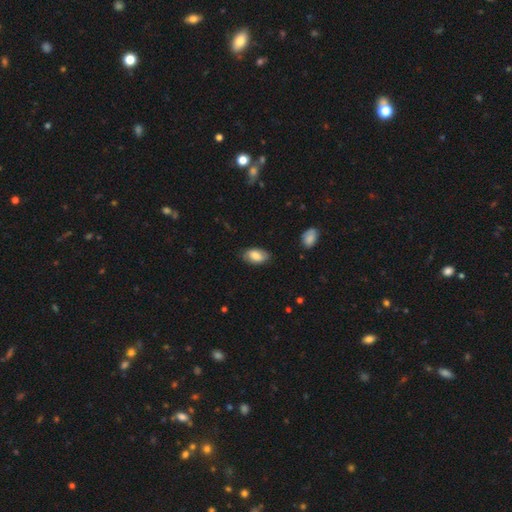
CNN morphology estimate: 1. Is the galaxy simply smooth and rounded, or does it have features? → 80% smooth, 13% featured or disk, 7% star or artifact.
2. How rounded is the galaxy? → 93% in between, 5% round, 2% cigar-shaped.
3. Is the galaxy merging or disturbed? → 78% none, 18% minor disturbance, 3% major disturbance, 1% merger.